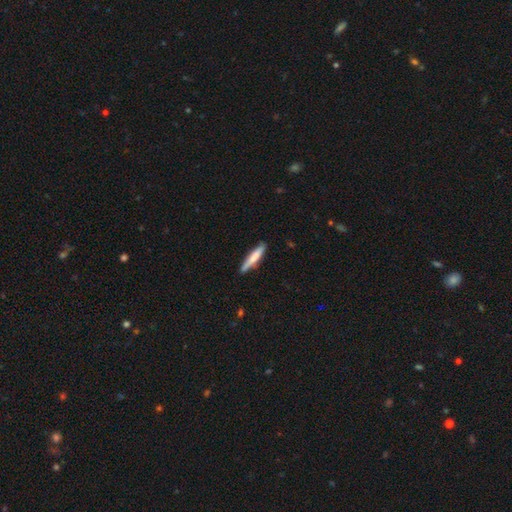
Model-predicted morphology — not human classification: Smooth or featured: smooth — 67% (featured or disk — 28%)
How rounded: cigar-shaped — 90% (in between — 8%)
Merging: none — 82% (minor disturbance — 14%)